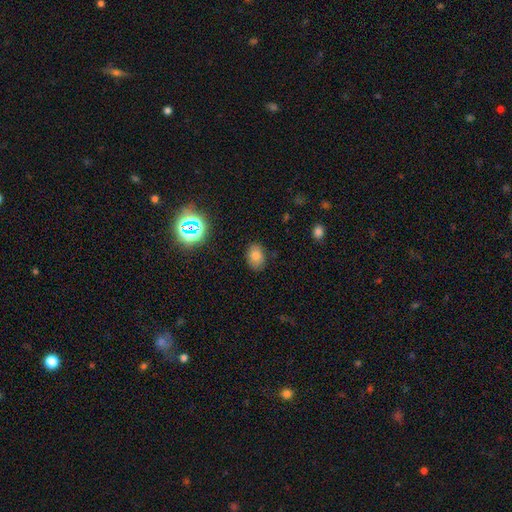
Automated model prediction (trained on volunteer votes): Overall: smooth (76%). How rounded: in between (78%). Merging: none (82%).